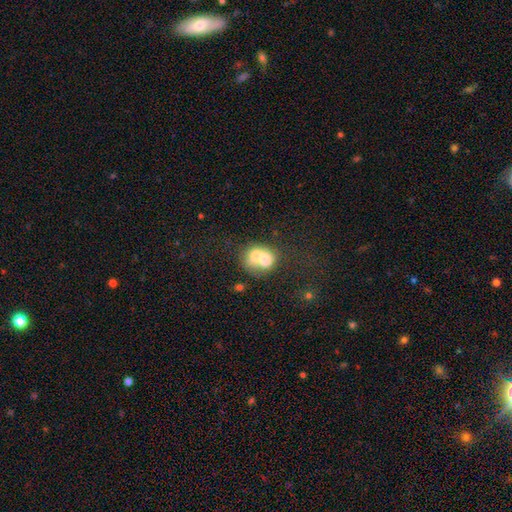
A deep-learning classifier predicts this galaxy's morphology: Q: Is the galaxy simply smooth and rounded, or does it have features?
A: smooth — 63%.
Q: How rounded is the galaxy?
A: round — 56%.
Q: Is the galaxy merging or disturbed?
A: merger — 69%.